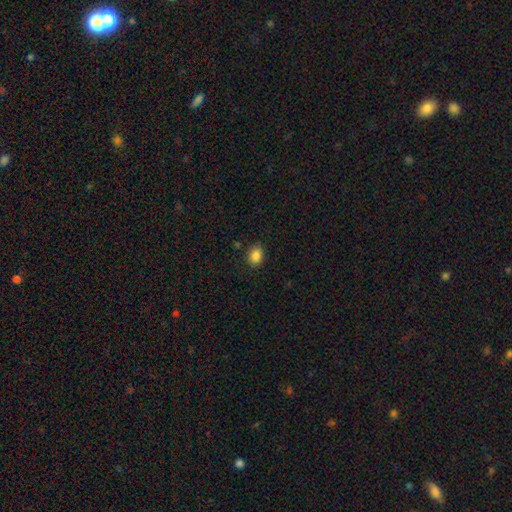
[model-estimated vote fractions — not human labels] Smooth or featured? smooth (86%)
How rounded? in between (62%)
Merging? none (86%)